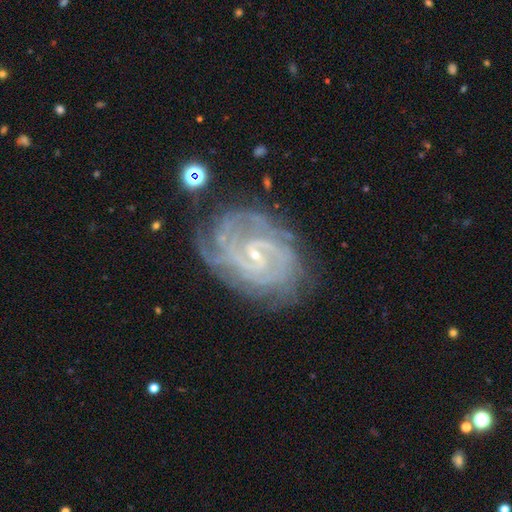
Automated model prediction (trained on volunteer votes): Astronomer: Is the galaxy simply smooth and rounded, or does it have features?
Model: featured or disk — 89%.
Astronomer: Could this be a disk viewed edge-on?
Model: no — 97%.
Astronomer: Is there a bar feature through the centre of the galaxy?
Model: weak — 48% (runner-up: no, 37%).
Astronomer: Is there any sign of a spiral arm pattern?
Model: yes — 97%.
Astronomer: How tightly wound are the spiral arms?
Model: tight — 70%.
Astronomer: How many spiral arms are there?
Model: can't tell — 26% (runner-up: 2, 22%).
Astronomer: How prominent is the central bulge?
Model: small — 83%.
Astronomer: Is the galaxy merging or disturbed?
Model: none — 68%.